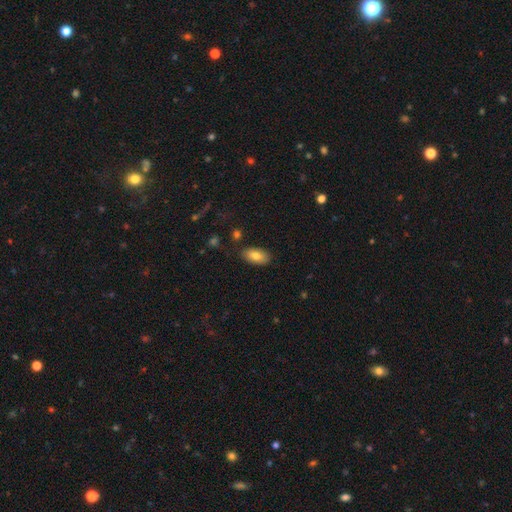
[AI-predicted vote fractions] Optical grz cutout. It shows a smooth galaxy with no disk features (79%) that is in between round and cigar-shaped (93%). Merging: none (84%).